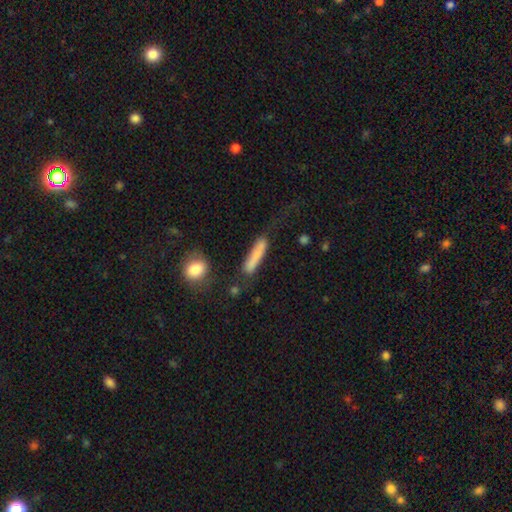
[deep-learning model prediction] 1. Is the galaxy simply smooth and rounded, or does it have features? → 75% smooth, 18% featured or disk, 8% star or artifact.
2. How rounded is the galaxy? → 88% cigar-shaped, 10% in between, 3% round.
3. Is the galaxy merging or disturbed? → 62% none, 21% minor disturbance, 11% major disturbance, 7% merger.